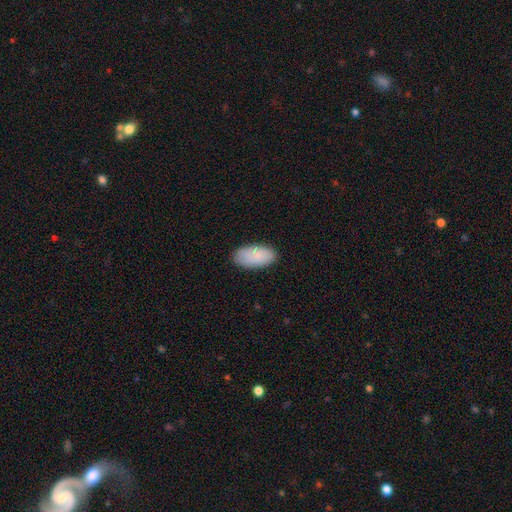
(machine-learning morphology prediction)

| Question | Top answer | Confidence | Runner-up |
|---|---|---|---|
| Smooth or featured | smooth | 84% | featured or disk (9%) |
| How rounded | in between | 94% | cigar-shaped (3%) |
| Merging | none | 84% | minor disturbance (13%) |